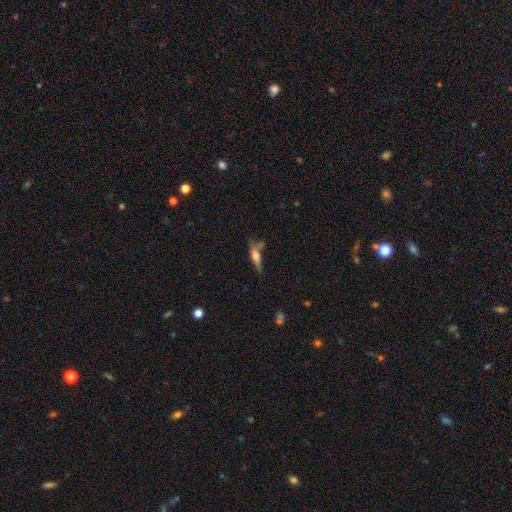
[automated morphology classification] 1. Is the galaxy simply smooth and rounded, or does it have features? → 47% featured or disk, 42% smooth, 11% star or artifact.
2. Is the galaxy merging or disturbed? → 48% none, 21% minor disturbance, 18% merger, 13% major disturbance.